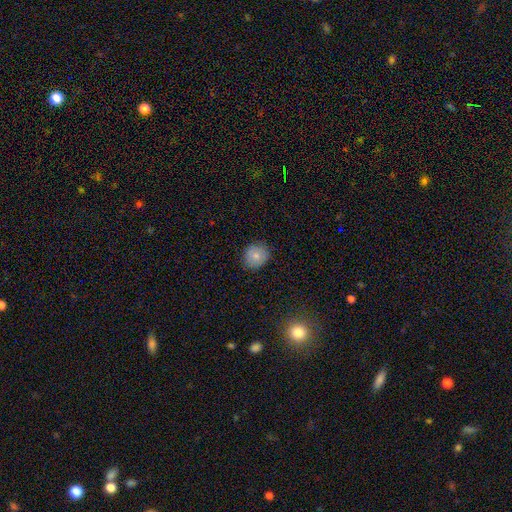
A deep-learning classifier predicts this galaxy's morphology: This is clearly a smooth galaxy (81%). How rounded: likely round (77%). Merging: clearly none (87%).